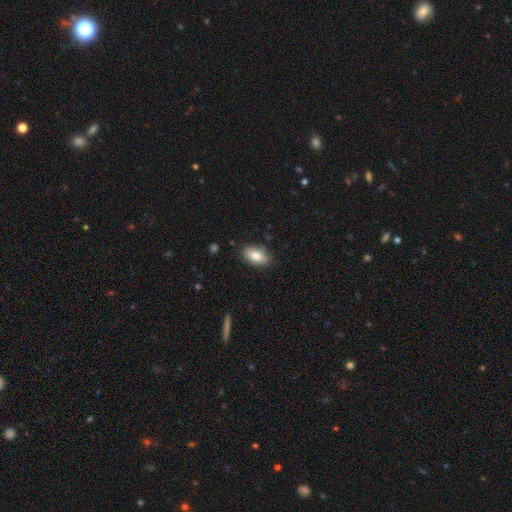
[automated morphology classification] A smooth galaxy with no disk features (83%) that is in between round and cigar-shaped (92%). Merging: none (84%).